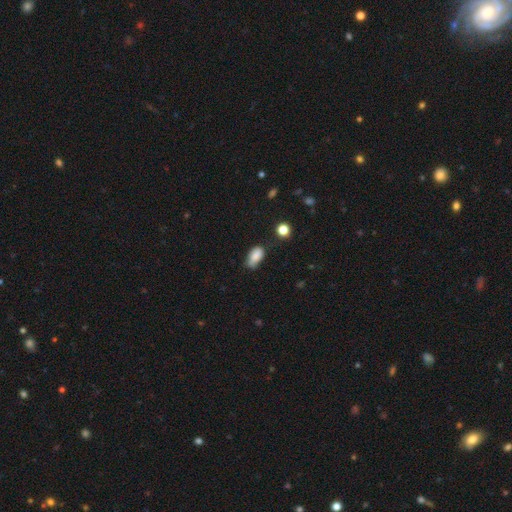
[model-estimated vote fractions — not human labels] Smooth or featured? smooth (80%)
How rounded? in between (90%)
Merging? none (45%)